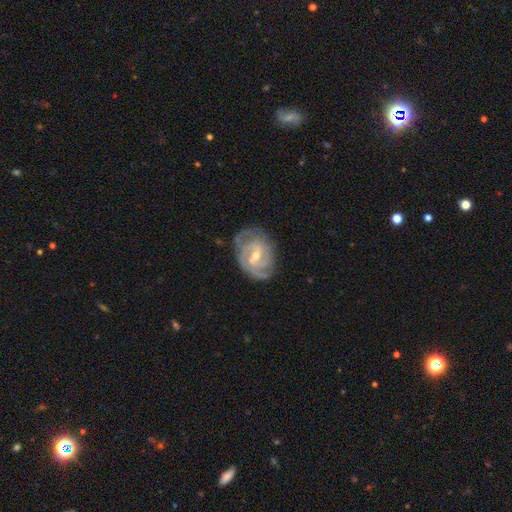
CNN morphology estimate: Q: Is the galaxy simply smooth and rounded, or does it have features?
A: featured or disk — 86%.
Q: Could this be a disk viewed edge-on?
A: no — 97%.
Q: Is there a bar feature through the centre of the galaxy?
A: weak — 57%.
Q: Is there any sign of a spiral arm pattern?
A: yes — 95%.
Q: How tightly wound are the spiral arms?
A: tight — 59%.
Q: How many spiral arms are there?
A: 2 — 41%.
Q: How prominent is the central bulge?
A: small — 51%.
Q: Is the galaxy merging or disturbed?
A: none — 71%.